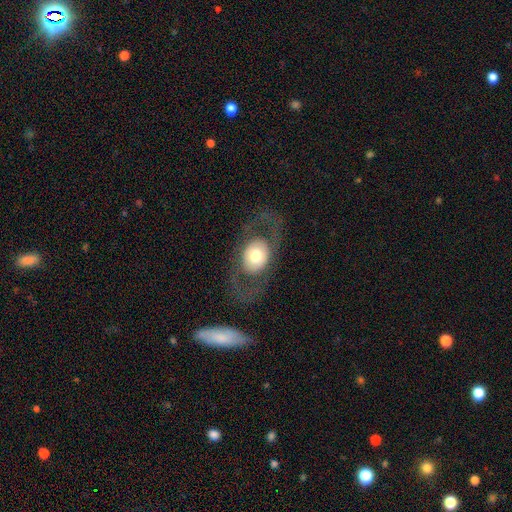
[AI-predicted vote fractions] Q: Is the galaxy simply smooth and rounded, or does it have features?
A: featured or disk — 53%.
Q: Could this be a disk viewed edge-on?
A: no — 88%.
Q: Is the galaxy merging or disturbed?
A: none — 75%.